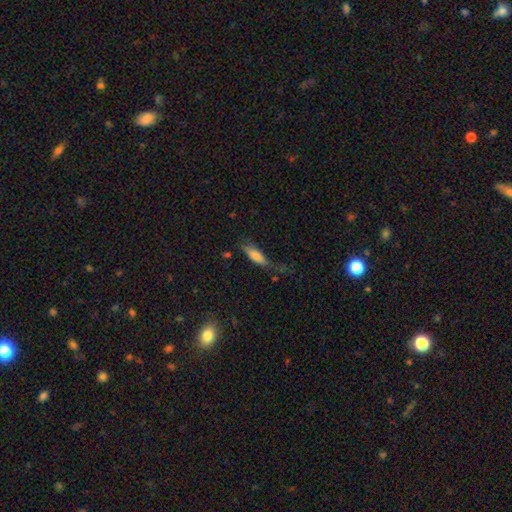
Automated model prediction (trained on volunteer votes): A smooth galaxy with no disk features (75%) that is cigar-shaped (49%, tied with in between). Merging: none (53%).